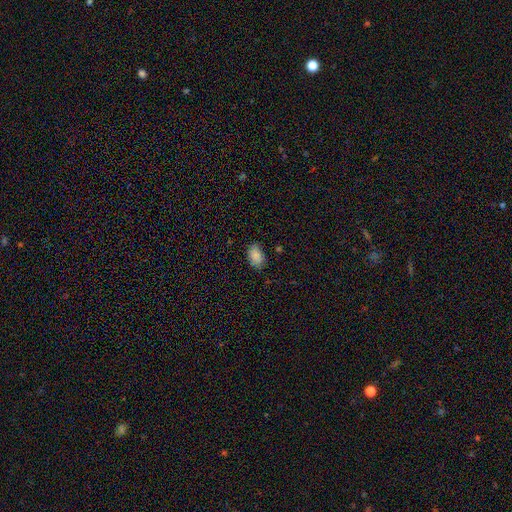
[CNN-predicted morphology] Smooth or featured? Predicted: smooth (p=0.87). How rounded? Predicted: in between (p=0.89). Merging? Predicted: none (p=0.77).